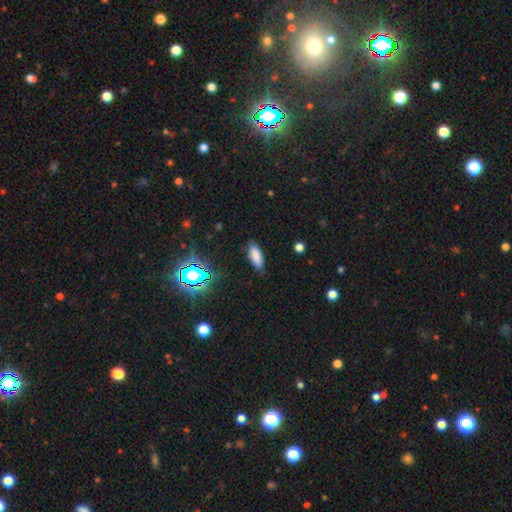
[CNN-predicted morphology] This appears to be a smooth galaxy with no disk features (82%) that is in between round and cigar-shaped (79%). Merging: none (82%).